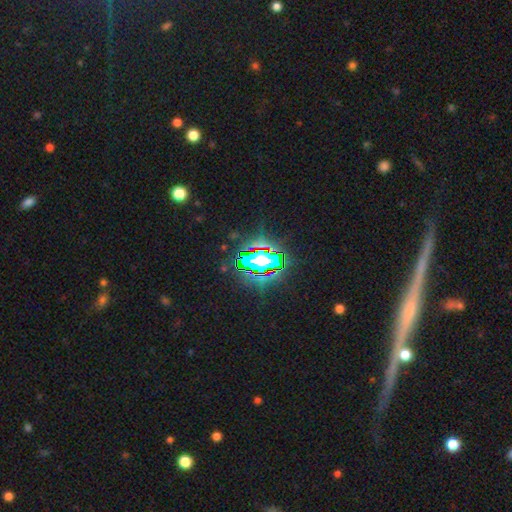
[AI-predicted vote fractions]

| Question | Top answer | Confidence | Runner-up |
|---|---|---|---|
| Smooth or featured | star or artifact | 71% | smooth (16%) |